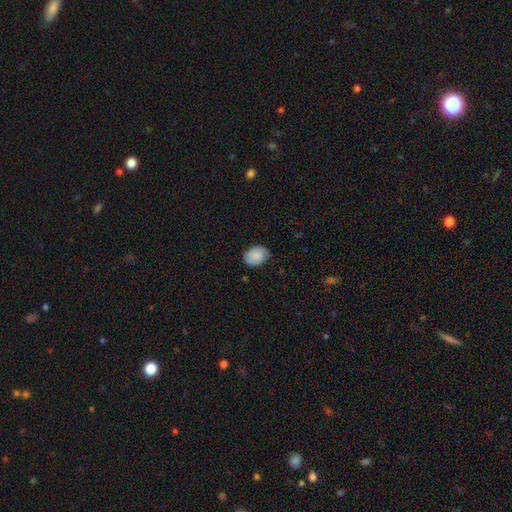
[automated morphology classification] Smooth or featured: smooth — 80% (featured or disk — 13%)
How rounded: in between — 60% (round — 39%)
Merging: none — 72% (minor disturbance — 22%)